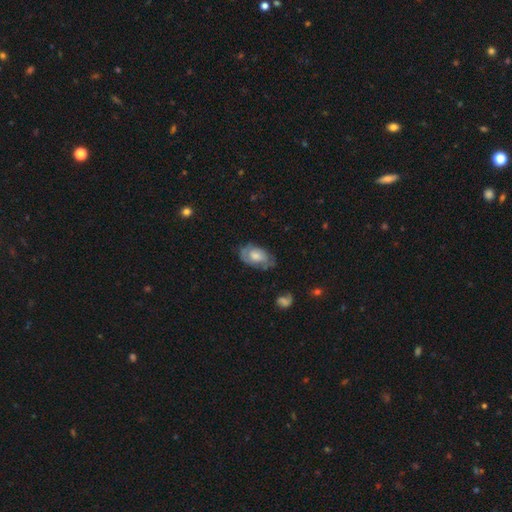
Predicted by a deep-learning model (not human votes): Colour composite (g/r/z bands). It shows a smooth galaxy with no disk features (53%) that is in between round and cigar-shaped (91%). Merging: none (61%).